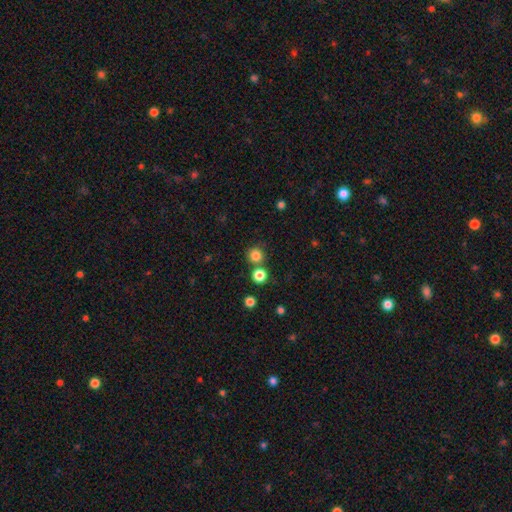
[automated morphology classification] A smooth galaxy with no disk features (82%) that is round (93%). Merging: none (75%).